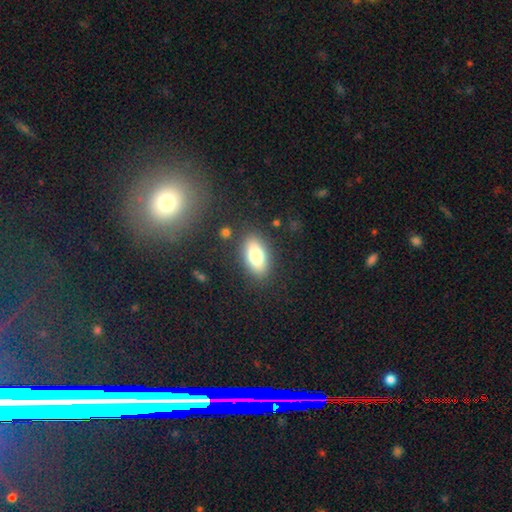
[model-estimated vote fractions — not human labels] Smooth or featured?
  - smooth: 74% *
  - featured or disk: 18%
  - star or artifact: 8%
How rounded?
  - in between: 87% *
  - cigar-shaped: 7%
  - round: 6%
Merging?
  - none: 84% *
  - minor disturbance: 10%
  - major disturbance: 3%
  - merger: 2%